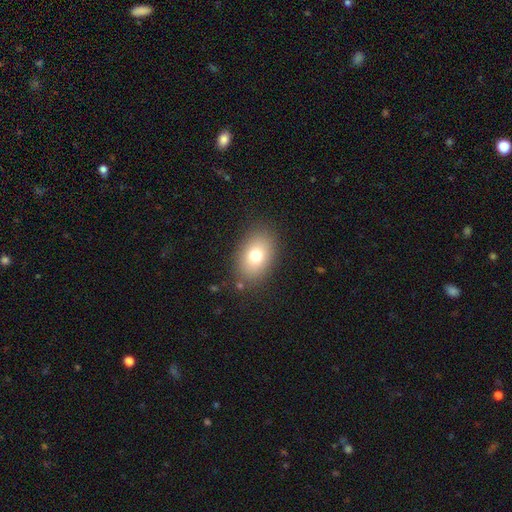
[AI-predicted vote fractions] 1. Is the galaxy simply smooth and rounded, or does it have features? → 75% smooth, 14% featured or disk, 11% star or artifact.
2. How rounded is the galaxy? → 80% in between, 19% round, 1% cigar-shaped.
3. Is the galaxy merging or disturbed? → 85% none, 10% minor disturbance, 4% major disturbance, 2% merger.